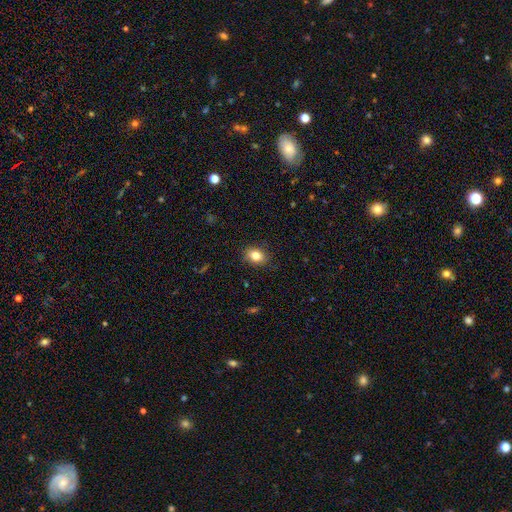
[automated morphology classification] A smooth galaxy with no disk features (83%) that is in between round and cigar-shaped (60%).

Vote fractions:
- Smooth or featured? smooth: 83% / star or artifact: 10% / featured or disk: 7%
- How rounded? in between: 60% / round: 39% / cigar-shaped: 1%
- Merging? none: 86% / minor disturbance: 11% / major disturbance: 2% / merger: 1%